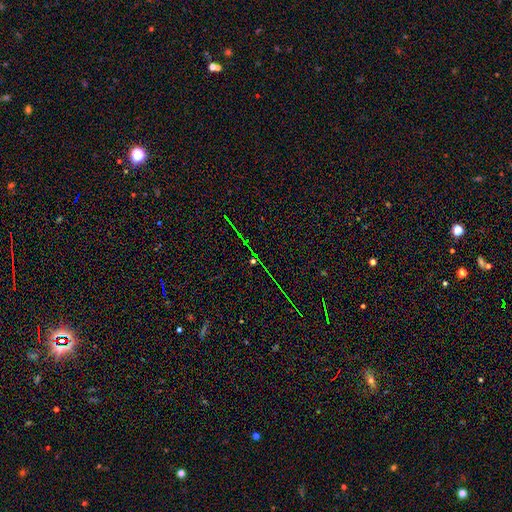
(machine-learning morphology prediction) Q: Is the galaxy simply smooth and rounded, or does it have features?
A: star or artifact — 76%.